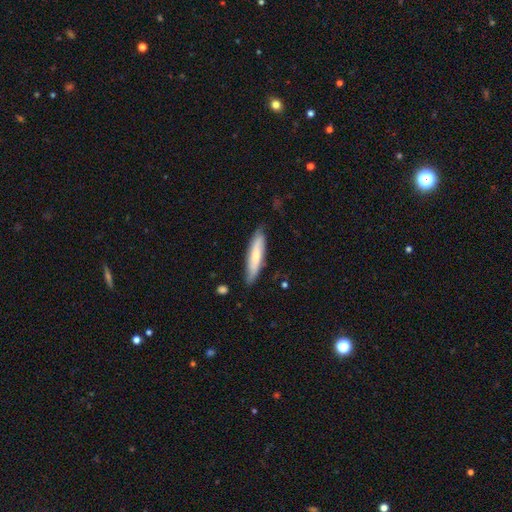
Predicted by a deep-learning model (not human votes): A smooth galaxy with no disk features (66%) that is cigar-shaped (79%).

Vote fractions:
- Smooth or featured? smooth: 66% / featured or disk: 29% / star or artifact: 5%
- How rounded? cigar-shaped: 79% / in between: 20% / round: 1%
- Merging? none: 78% / minor disturbance: 18% / major disturbance: 3% / merger: 1%